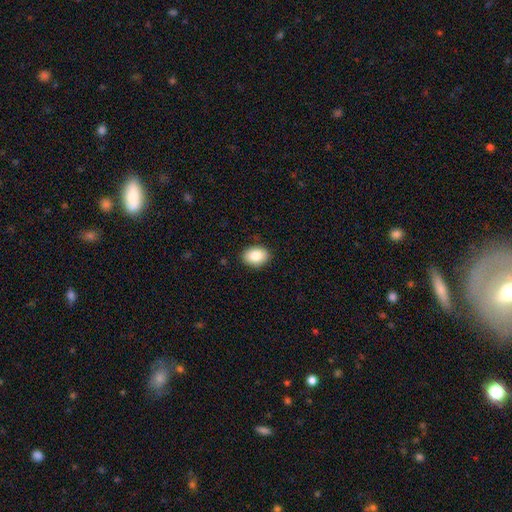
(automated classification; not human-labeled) smooth-or-featured: smooth: 86% | star or artifact: 7% | featured or disk: 6%
  how-rounded: in between: 74% | round: 25% | cigar-shaped: 1%
  merging: none: 88% | minor disturbance: 9% | major disturbance: 2% | merger: 1%